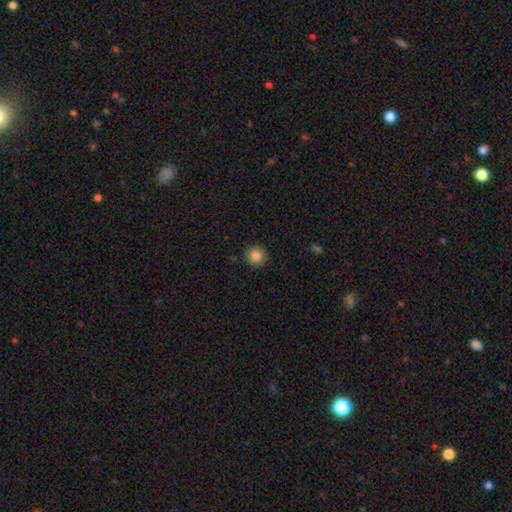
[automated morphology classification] The model was most divided on "smooth or featured": smooth: 86%, star or artifact: 10%, featured or disk: 4%. More confident: how rounded — round (94%); merging — none (89%).